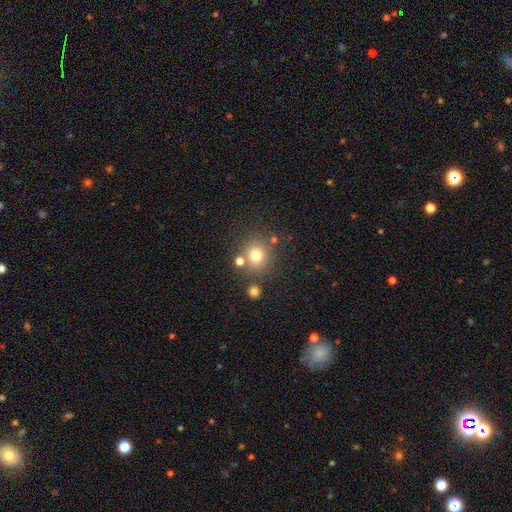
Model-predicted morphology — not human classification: The model was most divided on "smooth or featured": smooth: 76%, star or artifact: 15%, featured or disk: 10%. More confident: how rounded — round (85%); merging — none (74%).